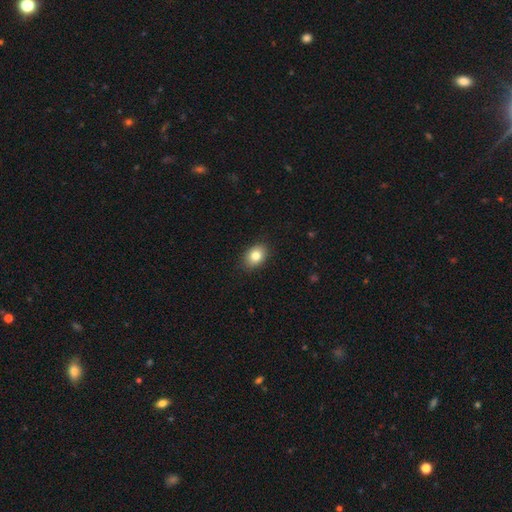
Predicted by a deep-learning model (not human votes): Smooth or featured? Predicted: smooth (p=0.82). How rounded? Predicted: in between (p=0.72). Merging? Predicted: none (p=0.88).